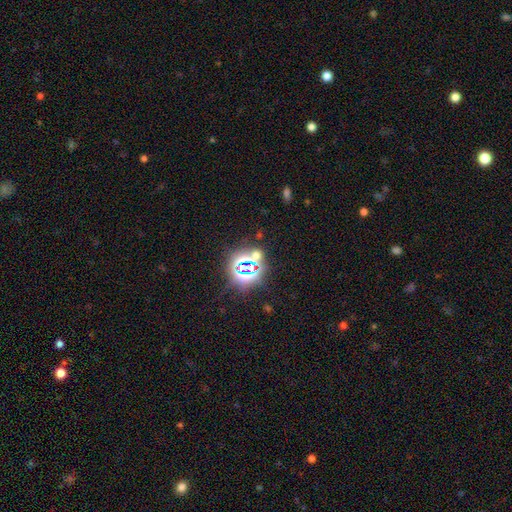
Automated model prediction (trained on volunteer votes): A star or artifact, not a galaxy (71%).

Vote fractions:
- Smooth or featured? star or artifact: 71% / smooth: 21% / featured or disk: 8%